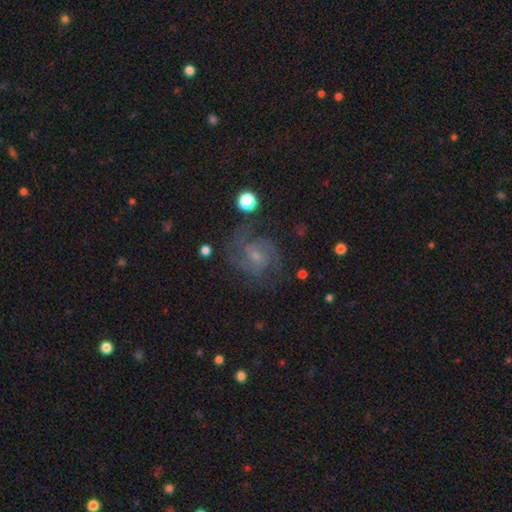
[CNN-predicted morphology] This appears to be a featured or disk galaxy (78%) with no bar (50%), 2 (56%) medium (51%) spiral arms (95%) and a small central bulge (64%). Merging: none (70%).